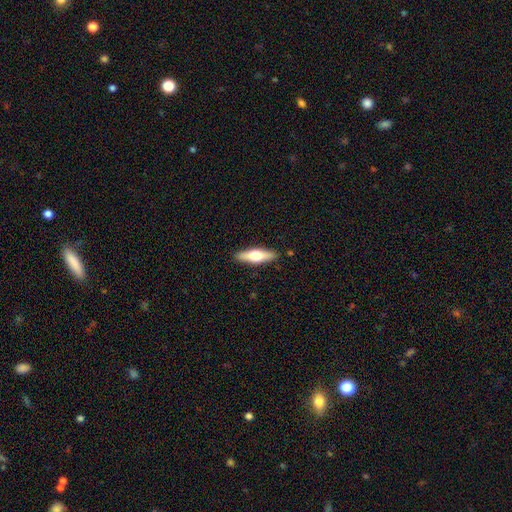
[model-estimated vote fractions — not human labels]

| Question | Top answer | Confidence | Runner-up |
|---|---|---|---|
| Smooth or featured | smooth | 51% | featured or disk (43%) |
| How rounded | cigar-shaped | 60% | in between (37%) |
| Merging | none | 89% | minor disturbance (8%) |